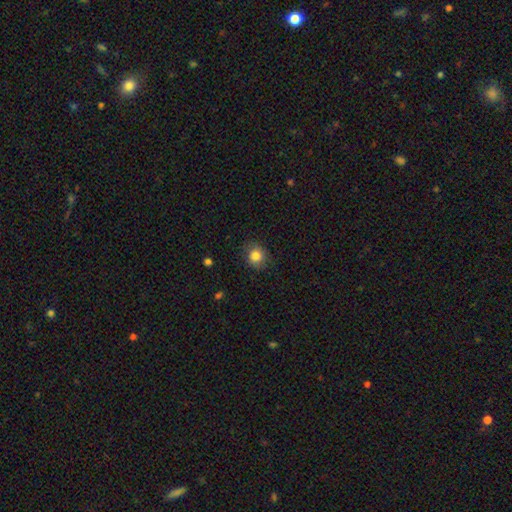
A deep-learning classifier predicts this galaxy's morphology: A smooth galaxy with no disk features (84%) that is round (75%).

Vote fractions:
- Smooth or featured? smooth: 84% / star or artifact: 10% / featured or disk: 7%
- How rounded? round: 75% / in between: 24% / cigar-shaped: 1%
- Merging? none: 82% / minor disturbance: 14% / major disturbance: 4% / merger: 1%